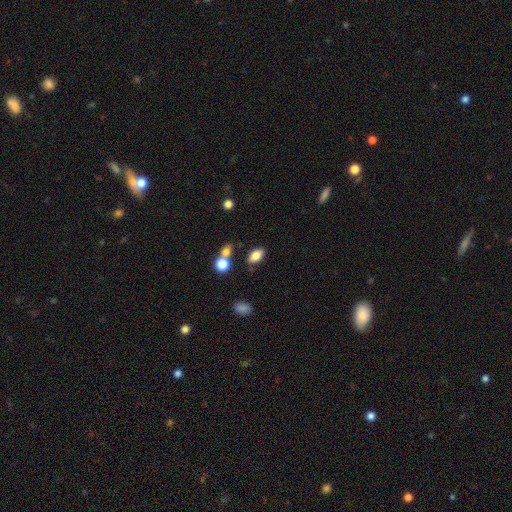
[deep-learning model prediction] A smooth galaxy with no disk features (80%) that is in between round and cigar-shaped (89%). Merging: none (77%).